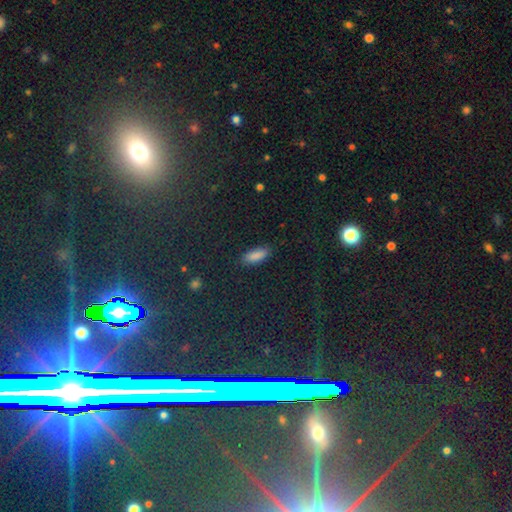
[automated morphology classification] type=smooth (85%); roundness=in between (73%); merging=none (84%).